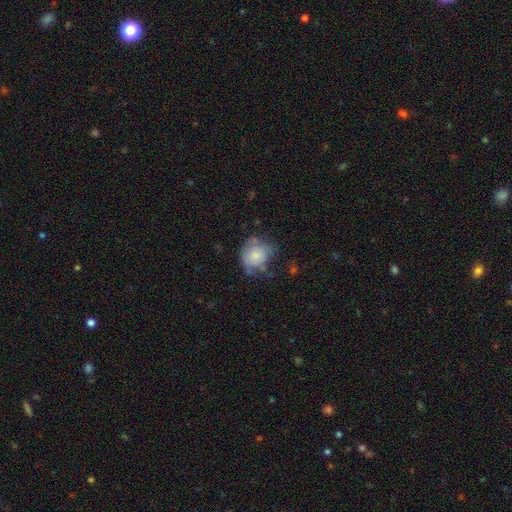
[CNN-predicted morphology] Overall: smooth (70%). How rounded: round (68%; in between 31%). Merging: none (40%; minor disturbance 34%).